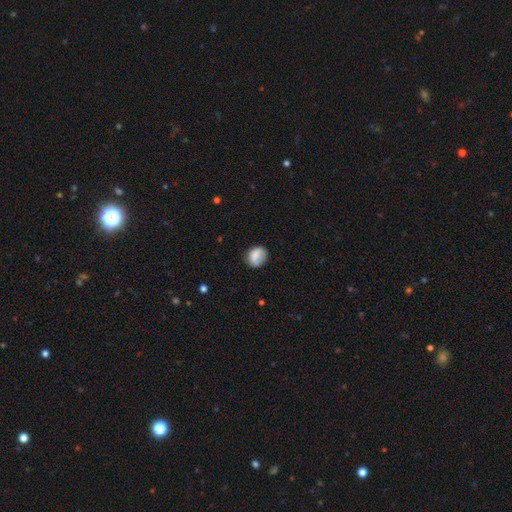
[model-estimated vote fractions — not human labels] Smooth or featured? smooth (79%)
How rounded? round (58%)
Merging? none (66%)